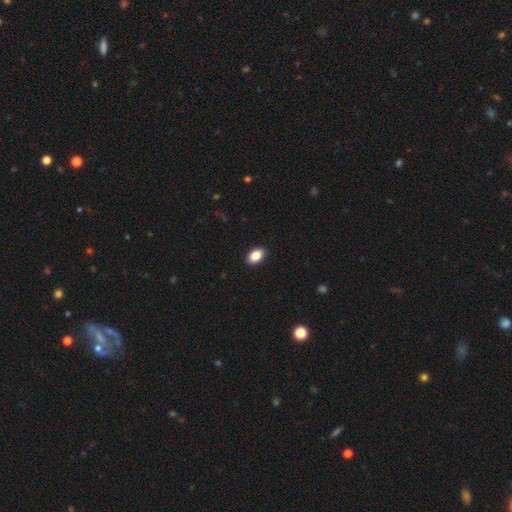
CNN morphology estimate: Smooth or featured? Predicted: smooth (p=0.87). How rounded? Predicted: in between (p=0.89). Merging? Predicted: none (p=0.90).